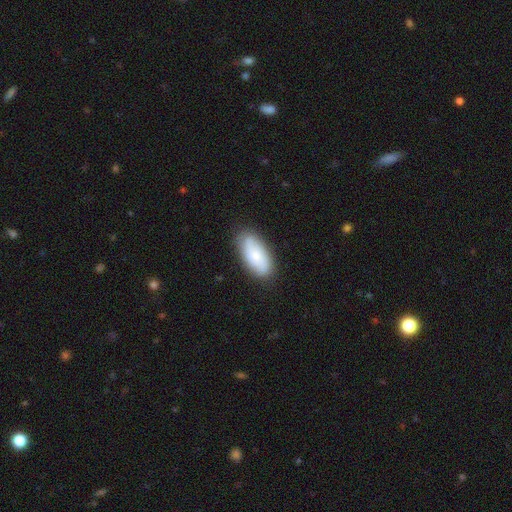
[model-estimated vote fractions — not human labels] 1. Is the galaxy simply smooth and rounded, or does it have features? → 58% smooth, 35% featured or disk, 7% star or artifact.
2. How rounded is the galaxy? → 88% in between, 9% cigar-shaped, 3% round.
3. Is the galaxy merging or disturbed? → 81% none, 15% minor disturbance, 3% major disturbance, 1% merger.